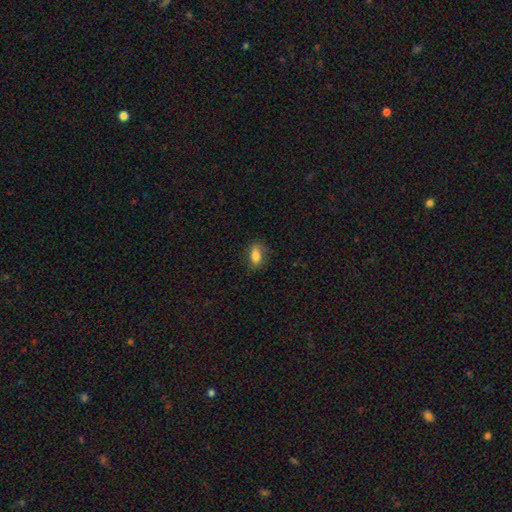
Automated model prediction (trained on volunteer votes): The model was most divided on "merging": none: 75%, minor disturbance: 19%, major disturbance: 5%, merger: 1%. More confident: how rounded — in between (82%); smooth or featured — smooth (78%).